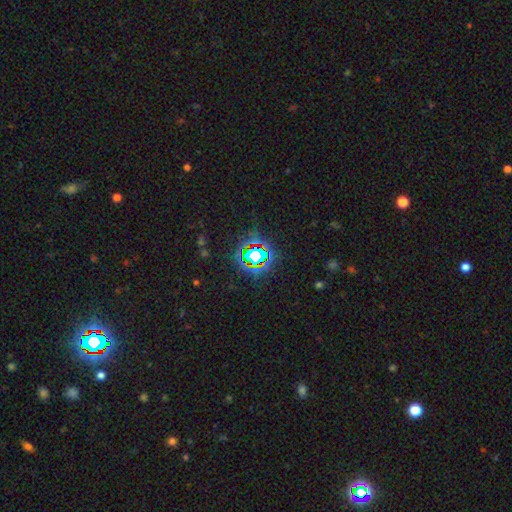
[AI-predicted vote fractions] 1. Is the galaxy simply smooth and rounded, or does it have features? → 77% star or artifact, 13% smooth, 10% featured or disk.